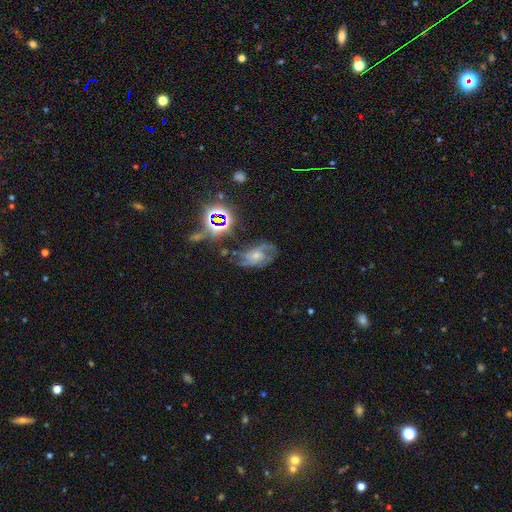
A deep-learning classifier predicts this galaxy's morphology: smooth_or_featured: featured or disk (p=0.67) [alt: star or artifact p=0.19]
disk_edge_on: no (p=0.96) [alt: yes p=0.04]
bar: no (p=0.69) [alt: weak p=0.25]
has_spiral_arms: yes (p=0.91) [alt: no p=0.09]
spiral_winding: medium (p=0.47) [alt: tight p=0.35]
spiral_arm_count: 2 (p=0.34) [alt: 3 p=0.28]
bulge_size: small (p=0.46) [alt: moderate p=0.44]
merging: none (p=0.60) [alt: minor disturbance p=0.23]